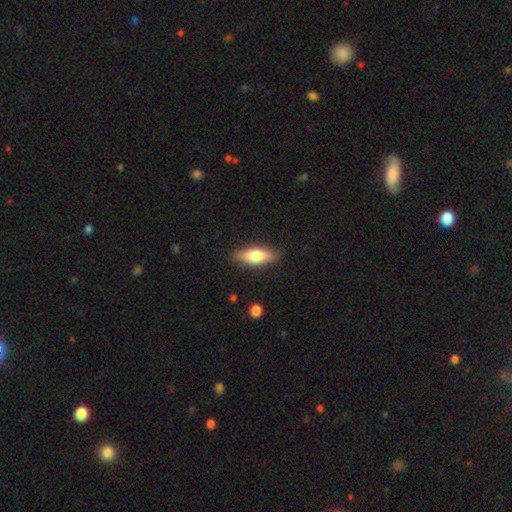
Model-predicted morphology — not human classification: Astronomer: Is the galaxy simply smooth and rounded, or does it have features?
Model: smooth — 68%.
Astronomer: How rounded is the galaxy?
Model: in between — 63%.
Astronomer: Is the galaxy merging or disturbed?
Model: none — 86%.